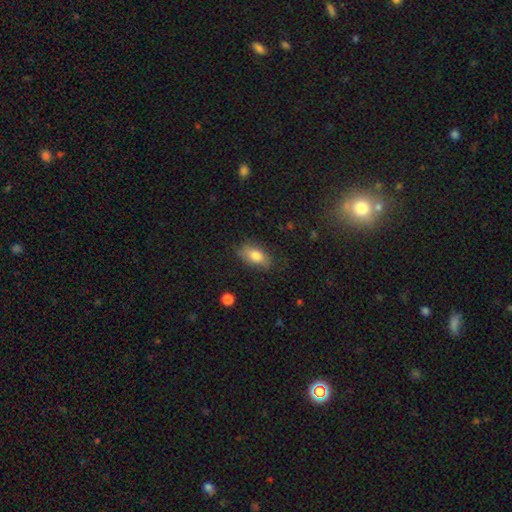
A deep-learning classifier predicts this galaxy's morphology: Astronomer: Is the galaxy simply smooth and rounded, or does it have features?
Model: smooth — 79%.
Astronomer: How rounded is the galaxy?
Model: in between — 88%.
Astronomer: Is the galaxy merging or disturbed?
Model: none — 76%.